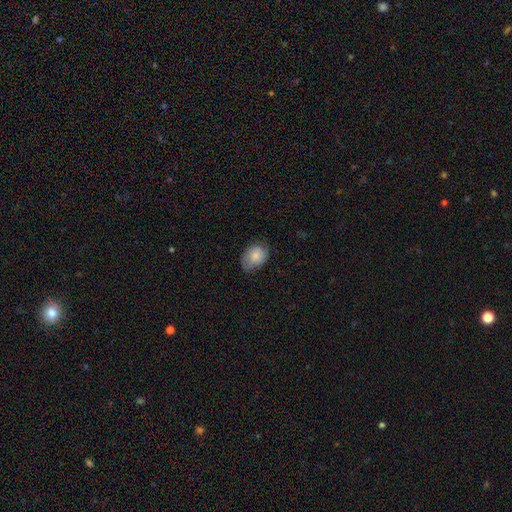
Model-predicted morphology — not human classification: This appears to be a smooth galaxy with no disk features (82%) that is in between round and cigar-shaped (72%). Merging: none (63%).